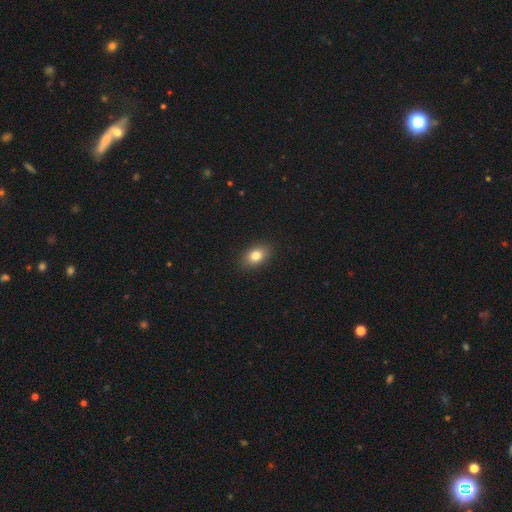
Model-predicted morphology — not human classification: smooth-or-featured: smooth: 82% | star or artifact: 9% | featured or disk: 9%
  how-rounded: in between: 81% | round: 17% | cigar-shaped: 2%
  merging: none: 88% | minor disturbance: 9% | major disturbance: 2% | merger: 1%